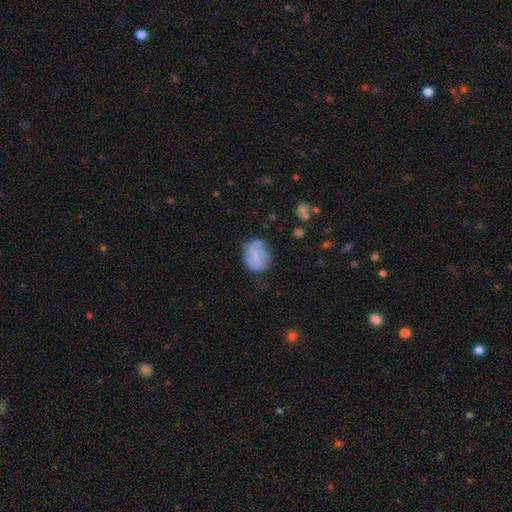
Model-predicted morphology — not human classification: Q: Smooth or featured?
A: smooth (53%); runner-up: featured or disk (38%)
Q: How rounded?
A: in between (52%); runner-up: round (47%)
Q: Merging?
A: none (61%); runner-up: minor disturbance (25%)